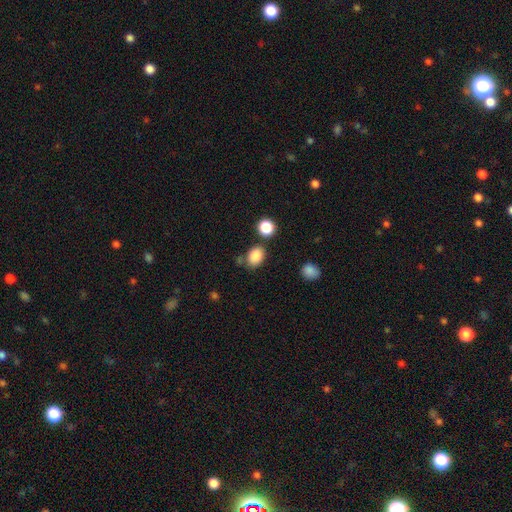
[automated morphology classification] Smooth or featured? smooth (86%)
How rounded? in between (71%)
Merging? none (70%)